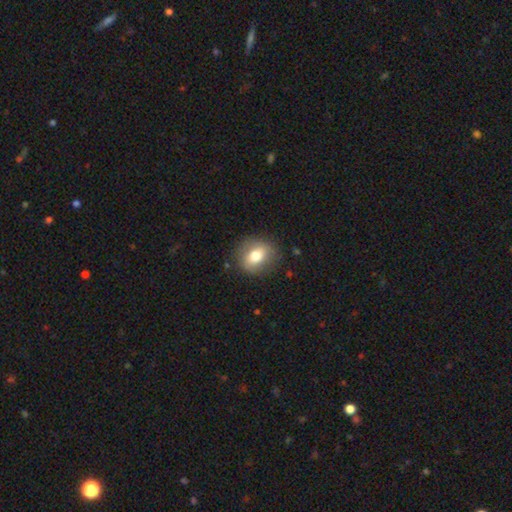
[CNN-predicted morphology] Q: Smooth or featured?
A: smooth (70%); runner-up: featured or disk (21%)
Q: How rounded?
A: round (58%); runner-up: in between (40%)
Q: Merging?
A: none (82%); runner-up: minor disturbance (12%)